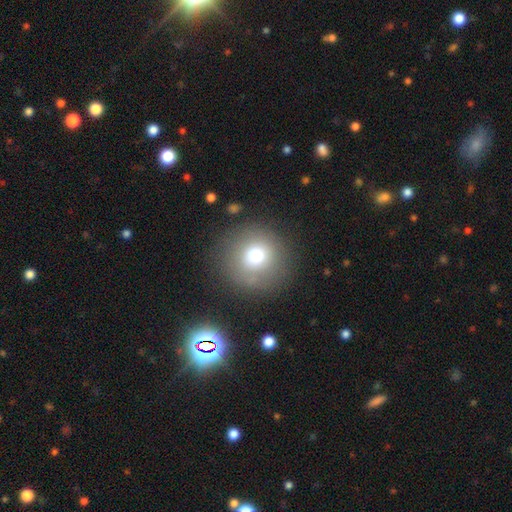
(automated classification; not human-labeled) smooth 73%, star or artifact 14%, featured or disk 13%. Down the decision tree: how rounded — round (95%); merging — none (84%).